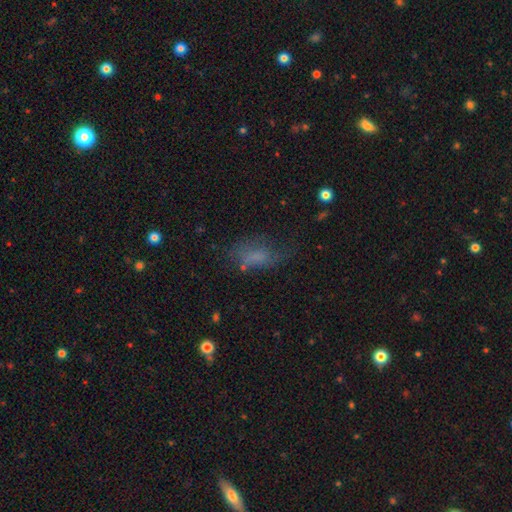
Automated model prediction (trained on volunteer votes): Q: Smooth or featured?
A: smooth (63%); runner-up: featured or disk (21%)
Q: How rounded?
A: in between (82%); runner-up: cigar-shaped (10%)
Q: Merging?
A: none (45%); runner-up: minor disturbance (26%)